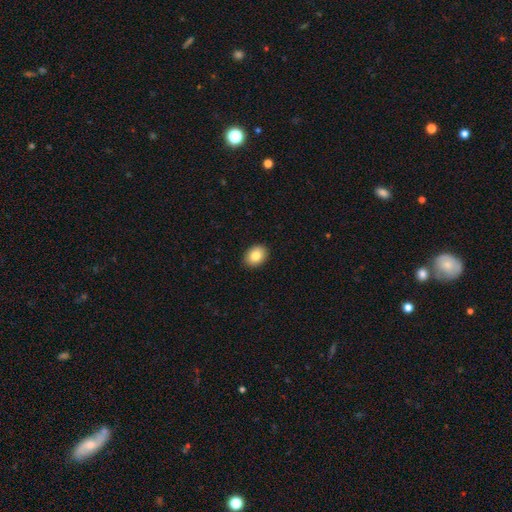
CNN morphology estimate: smooth-or-featured: smooth: 83% | featured or disk: 9% | star or artifact: 8%
  how-rounded: in between: 61% | round: 38% | cigar-shaped: 1%
  merging: none: 91% | minor disturbance: 7% | major disturbance: 2% | merger: 1%